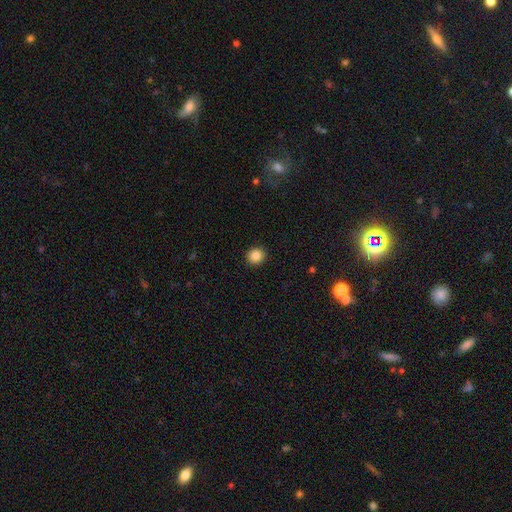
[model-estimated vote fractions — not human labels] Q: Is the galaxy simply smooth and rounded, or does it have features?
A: smooth — 86%.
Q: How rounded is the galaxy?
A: round — 88%.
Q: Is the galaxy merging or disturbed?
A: none — 92%.